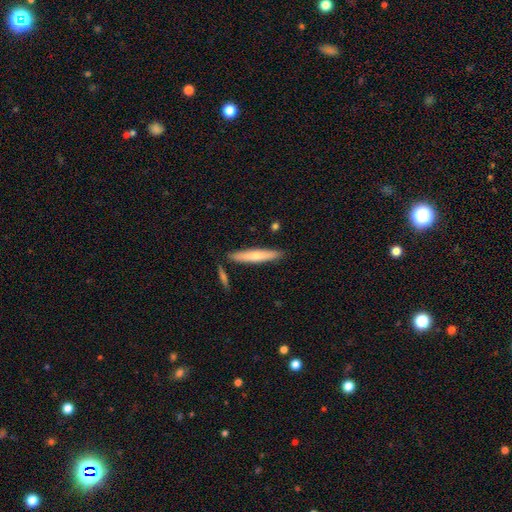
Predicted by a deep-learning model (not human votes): A smooth galaxy with no disk features (64%) that is cigar-shaped (91%).

Vote fractions:
- Smooth or featured? smooth: 64% / featured or disk: 31% / star or artifact: 5%
- How rounded? cigar-shaped: 91% / in between: 8% / round: 1%
- Merging? none: 86% / minor disturbance: 9% / merger: 4% / major disturbance: 2%